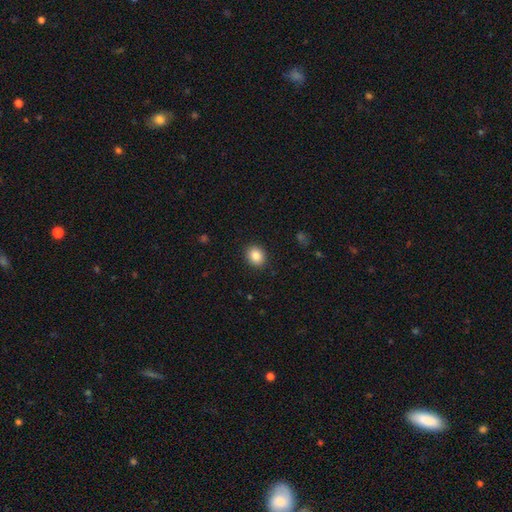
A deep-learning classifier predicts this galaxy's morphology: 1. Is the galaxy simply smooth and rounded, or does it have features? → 85% smooth, 9% star or artifact, 6% featured or disk.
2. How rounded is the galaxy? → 66% round, 33% in between, 1% cigar-shaped.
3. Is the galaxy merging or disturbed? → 90% none, 7% minor disturbance, 2% major disturbance, 1% merger.